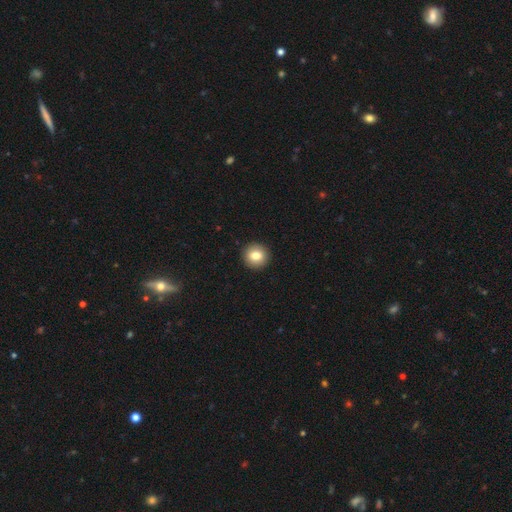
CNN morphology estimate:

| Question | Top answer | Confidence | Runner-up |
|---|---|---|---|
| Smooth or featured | smooth | 81% | featured or disk (10%) |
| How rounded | round | 93% | in between (6%) |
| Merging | none | 93% | minor disturbance (4%) |